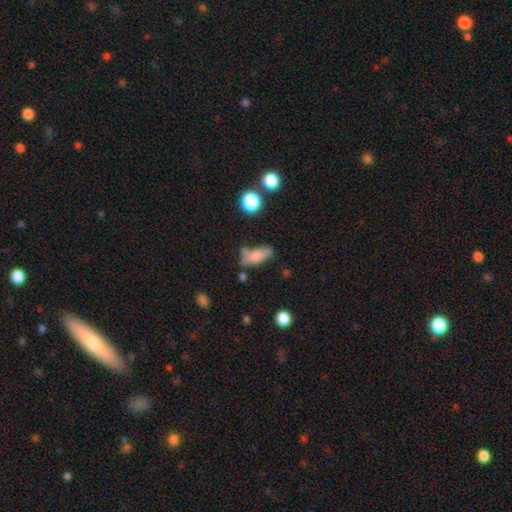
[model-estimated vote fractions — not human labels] Morphology: type=smooth (64%); roundness=in between (72%); merging=none (39%).